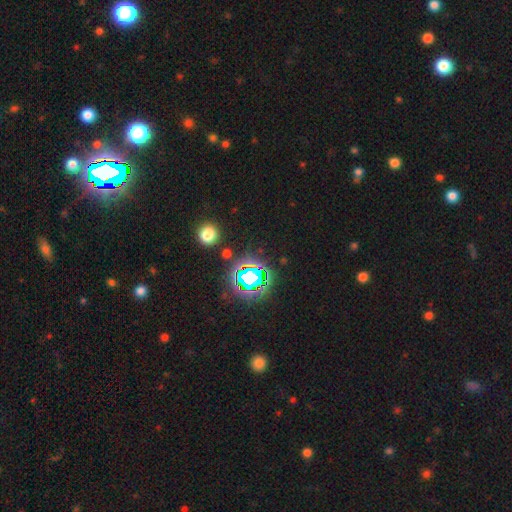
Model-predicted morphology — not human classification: smooth-or-featured: star or artifact: 80% | smooth: 12% | featured or disk: 7%